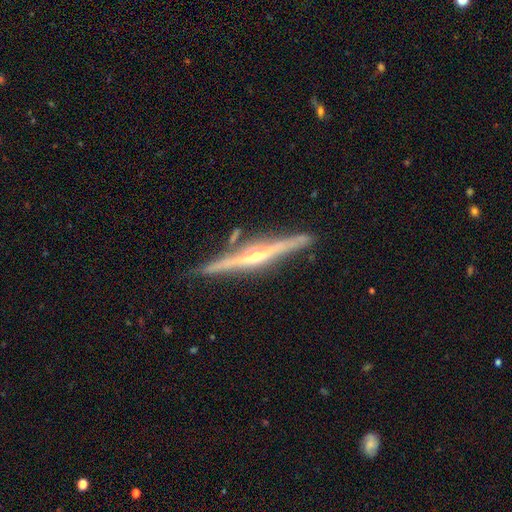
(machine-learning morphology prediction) smooth-or-featured: featured or disk: 84% | smooth: 10% | star or artifact: 5%
  disk-edge-on: yes: 98% | no: 2%
    edge-on-bulge: rounded: 79% | none: 14% | boxy: 6%
  merging: none: 85% | minor disturbance: 10% | merger: 3% | major disturbance: 2%